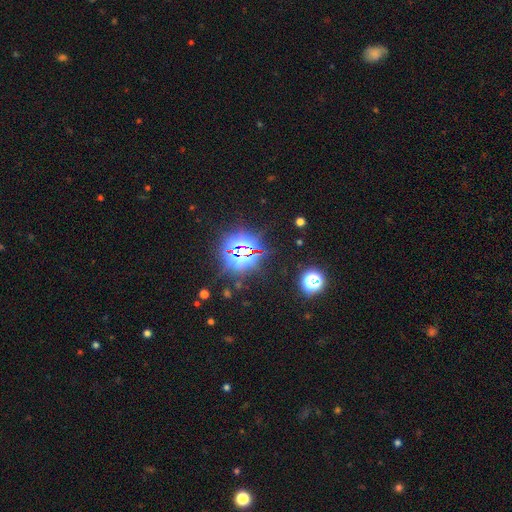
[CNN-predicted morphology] Smooth or featured? Predicted: star or artifact (p=0.81).